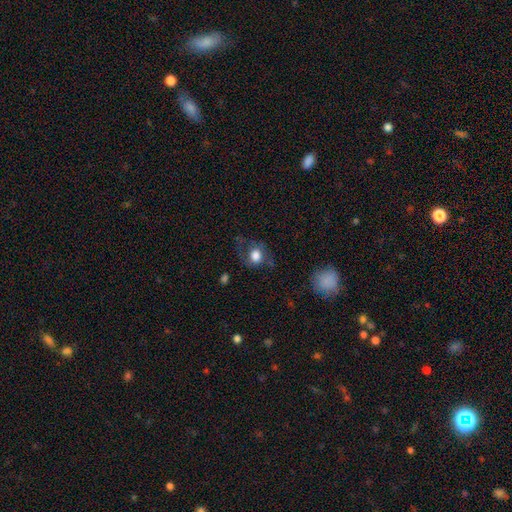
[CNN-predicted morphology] Smooth or featured? smooth (73%)
How rounded? round (58%)
Merging? none (50%)